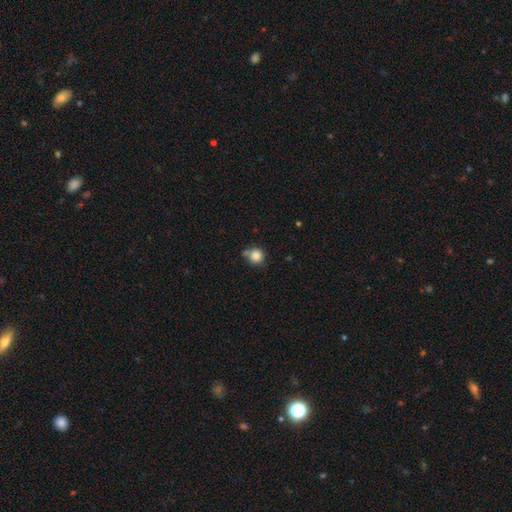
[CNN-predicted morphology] Q: Smooth or featured?
A: smooth (85%); runner-up: star or artifact (10%)
Q: How rounded?
A: round (91%); runner-up: in between (8%)
Q: Merging?
A: none (64%); runner-up: minor disturbance (17%)